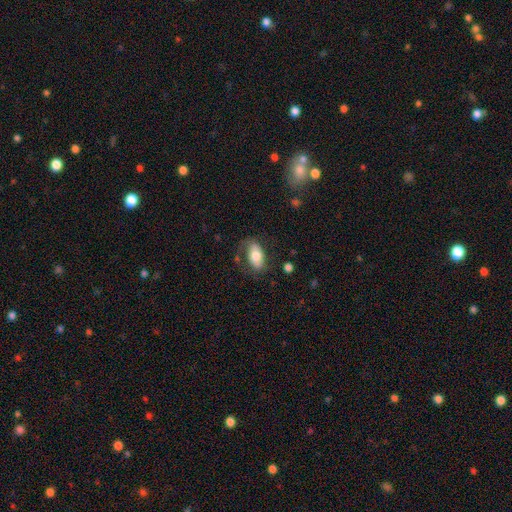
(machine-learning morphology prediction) smooth_or_featured: smooth (p=0.64) [alt: featured or disk p=0.29]
how_rounded: in between (p=0.92) [alt: round p=0.05]
merging: none (p=0.60) [alt: minor disturbance p=0.22]